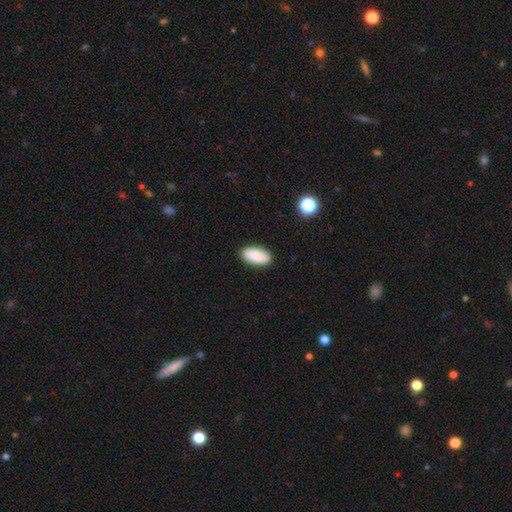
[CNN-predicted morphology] Smooth or featured?
  - smooth: 83% *
  - featured or disk: 10%
  - star or artifact: 7%
How rounded?
  - in between: 92% *
  - cigar-shaped: 5%
  - round: 2%
Merging?
  - none: 88% *
  - minor disturbance: 9%
  - major disturbance: 2%
  - merger: 1%